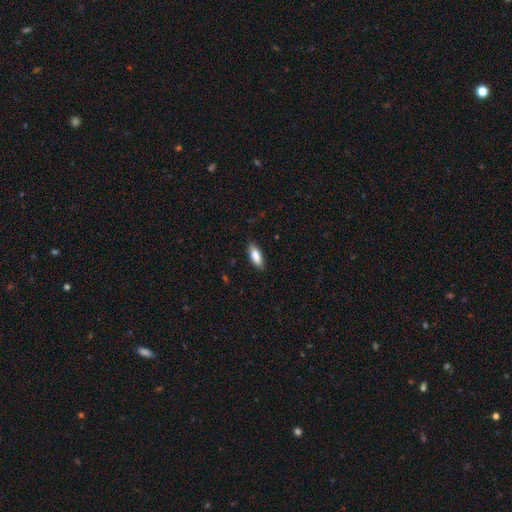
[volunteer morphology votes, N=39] This appears to be a smooth galaxy with no disk features (85%) that is in between round and cigar-shaped (76%). Merging: none (92%).